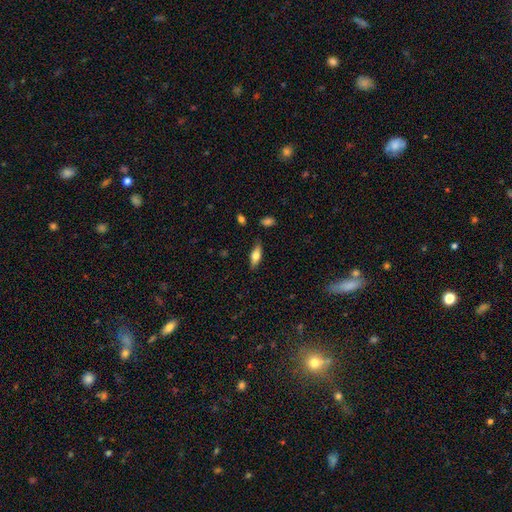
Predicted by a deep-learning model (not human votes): Overall: smooth (63%; featured or disk 30%). How rounded: in between (67%; cigar-shaped 31%). Merging: none (83%).